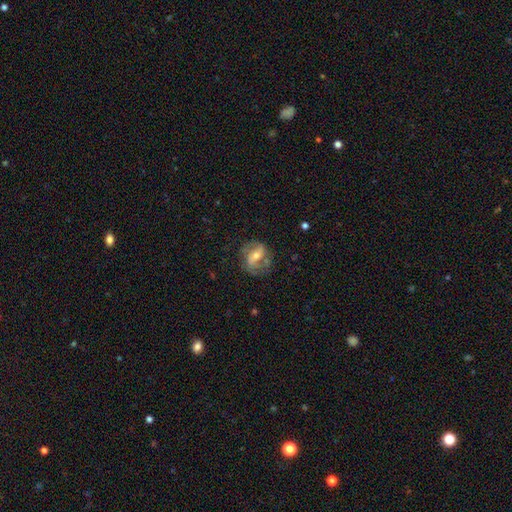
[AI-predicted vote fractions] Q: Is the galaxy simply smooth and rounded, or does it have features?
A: featured or disk — 71%.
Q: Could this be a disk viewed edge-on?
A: no — 96%.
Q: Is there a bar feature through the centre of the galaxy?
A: weak — 37%.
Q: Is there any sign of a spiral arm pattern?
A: yes — 84%.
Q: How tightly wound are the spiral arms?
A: medium — 46%.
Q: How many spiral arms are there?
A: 2 — 79%.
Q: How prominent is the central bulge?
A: moderate — 55%.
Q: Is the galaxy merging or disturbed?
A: none — 63%.